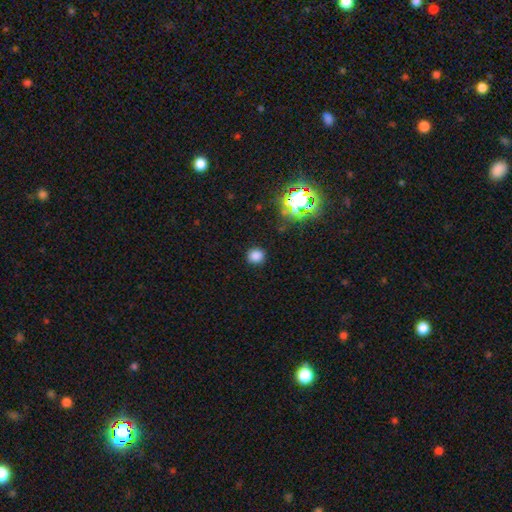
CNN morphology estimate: type=smooth (79%); roundness=round (84%); merging=none (88%).